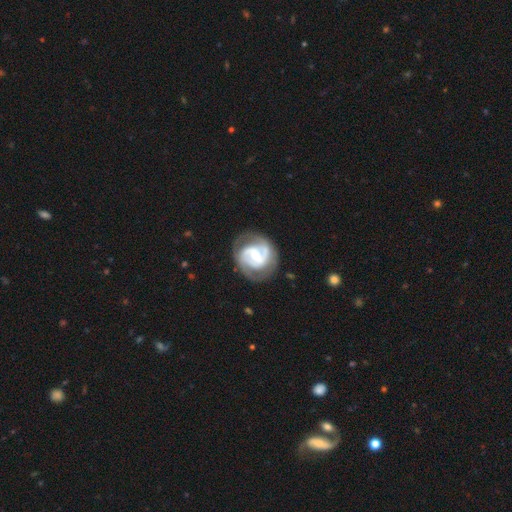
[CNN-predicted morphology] Smooth or featured? Predicted: featured or disk (p=0.84). Edge-on disk? Predicted: no (p=0.98). Bar? Predicted: weak (p=0.40, tied with no). Spiral arms? Predicted: yes (p=0.91). Spiral winding? Predicted: tight (p=0.47). Spiral arm count? Predicted: 2 (p=0.78). Bulge size? Predicted: moderate (p=0.66). Merging? Predicted: none (p=0.73).